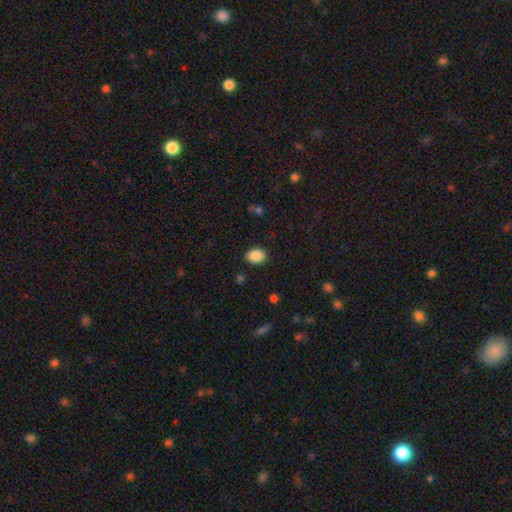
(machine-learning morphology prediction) Overall: smooth (88%). How rounded: in between (69%; round 30%). Merging: none (88%).